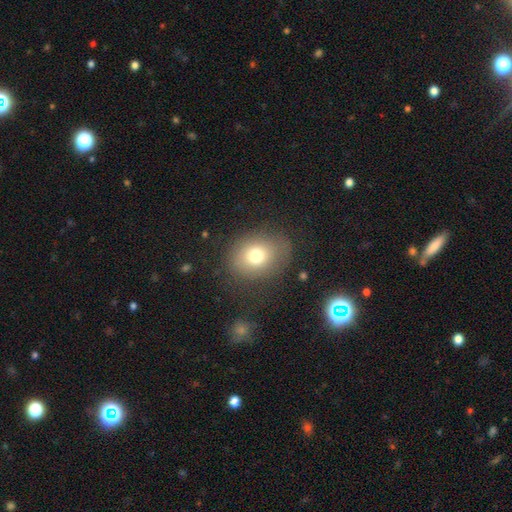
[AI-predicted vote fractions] smooth_or_featured: smooth (p=0.75) [alt: featured or disk p=0.13]
how_rounded: round (p=0.57) [alt: in between p=0.42]
merging: none (p=0.76) [alt: minor disturbance p=0.15]